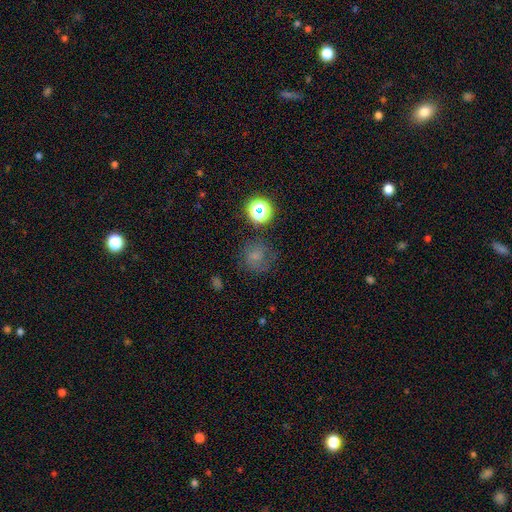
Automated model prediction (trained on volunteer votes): Smooth or featured?
  - smooth: 63% *
  - star or artifact: 22%
  - featured or disk: 16%
How rounded?
  - round: 85% *
  - in between: 14%
  - cigar-shaped: 1%
Merging?
  - none: 64% *
  - minor disturbance: 20%
  - major disturbance: 12%
  - merger: 3%